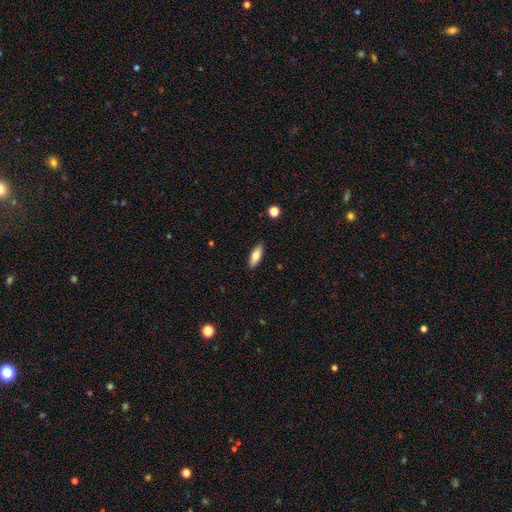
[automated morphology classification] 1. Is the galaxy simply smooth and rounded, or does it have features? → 74% smooth, 19% featured or disk, 7% star or artifact.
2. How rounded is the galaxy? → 69% in between, 29% cigar-shaped, 2% round.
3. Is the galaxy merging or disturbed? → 89% none, 8% minor disturbance, 2% major disturbance, 1% merger.